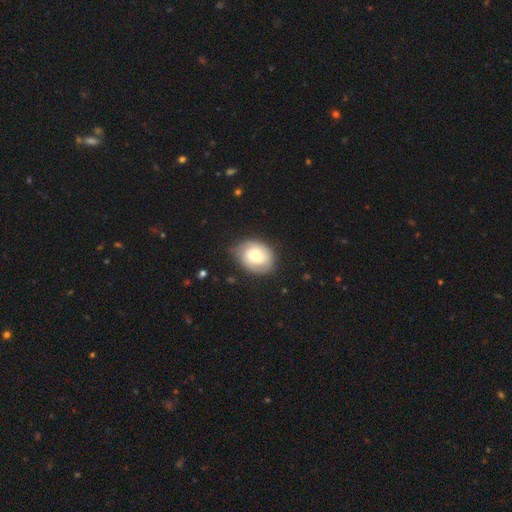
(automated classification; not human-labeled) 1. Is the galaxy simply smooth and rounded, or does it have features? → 49% smooth, 44% featured or disk, 7% star or artifact.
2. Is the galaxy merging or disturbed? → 70% none, 22% minor disturbance, 6% major disturbance, 1% merger.